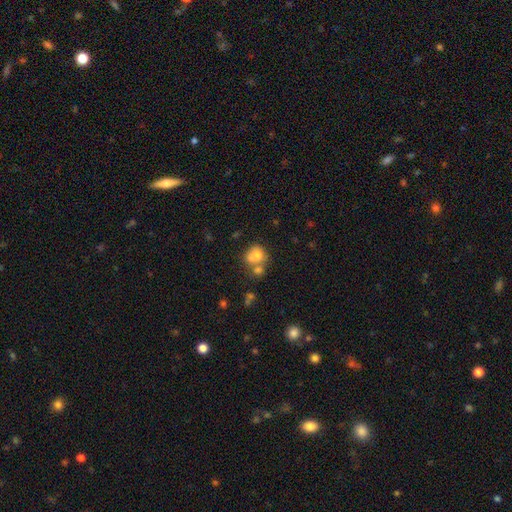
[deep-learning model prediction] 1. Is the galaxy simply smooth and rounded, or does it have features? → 73% smooth, 15% featured or disk, 11% star or artifact.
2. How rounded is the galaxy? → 57% round, 42% in between, 1% cigar-shaped.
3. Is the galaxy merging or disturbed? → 46% merger, 35% none, 13% minor disturbance, 7% major disturbance.